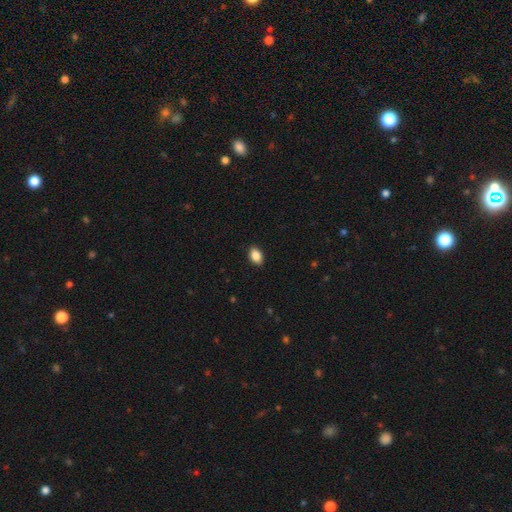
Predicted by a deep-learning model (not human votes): This is clearly a smooth galaxy (88%). How rounded: clearly in between (86%). Merging: clearly none (89%).